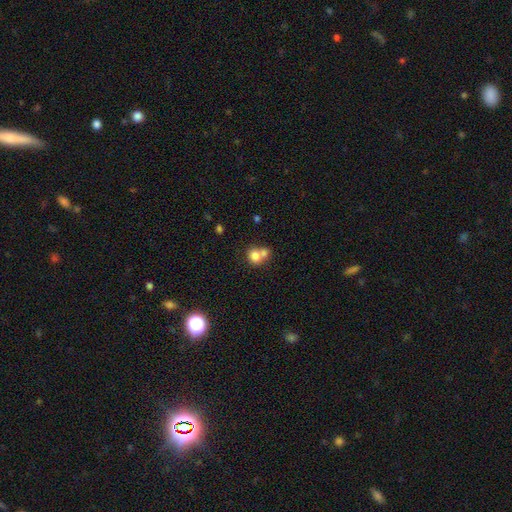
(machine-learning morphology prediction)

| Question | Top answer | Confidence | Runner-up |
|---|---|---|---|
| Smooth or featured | smooth | 77% | featured or disk (13%) |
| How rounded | round | 65% | in between (34%) |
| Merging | merger | 59% | none (31%) |